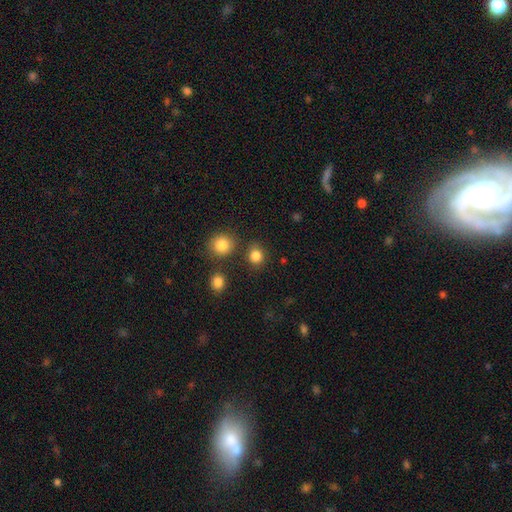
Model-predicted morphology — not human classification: Smooth or featured? Predicted: smooth (p=0.84). How rounded? Predicted: round (p=0.82). Merging? Predicted: none (p=0.79).